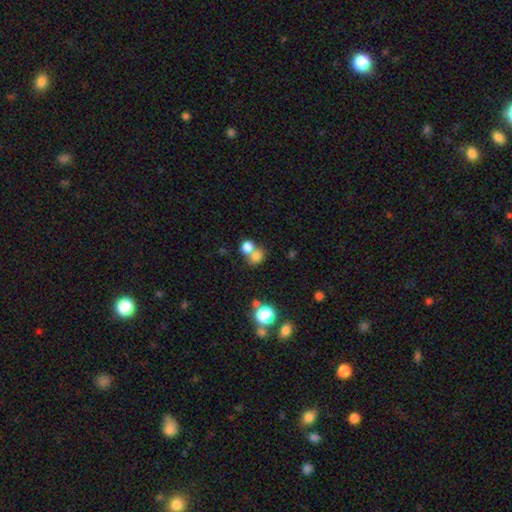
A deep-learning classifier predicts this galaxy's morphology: Smooth or featured? Predicted: smooth (p=0.76). How rounded? Predicted: round (p=0.70). Merging? Predicted: merger (p=0.49).